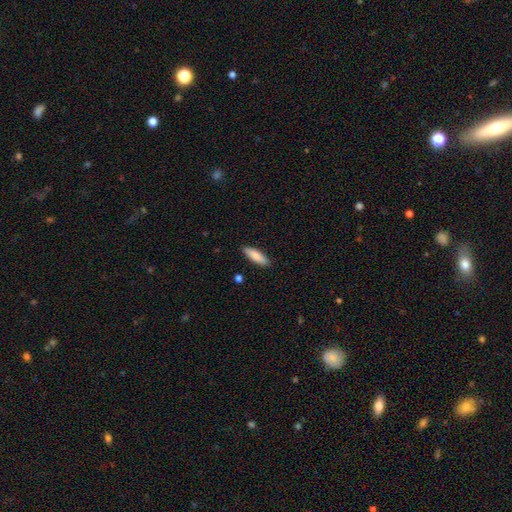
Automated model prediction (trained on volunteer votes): Smooth or featured: smooth — 86% (featured or disk — 8%)
How rounded: cigar-shaped — 50% (in between — 49%)
Merging: none — 89% (minor disturbance — 8%)